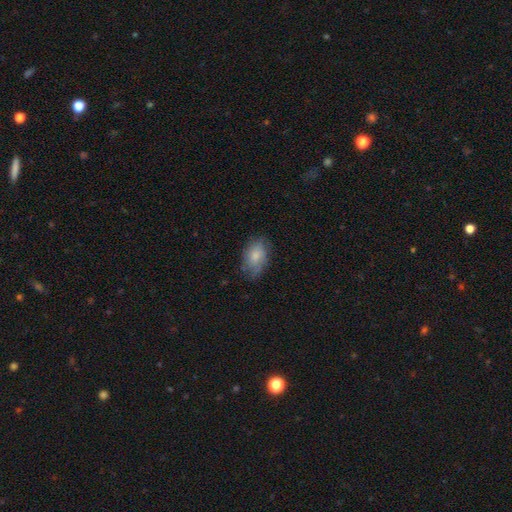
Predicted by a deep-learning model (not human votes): This is likely a smooth galaxy (73%). How rounded: clearly in between (85%). Merging: likely none (65%).